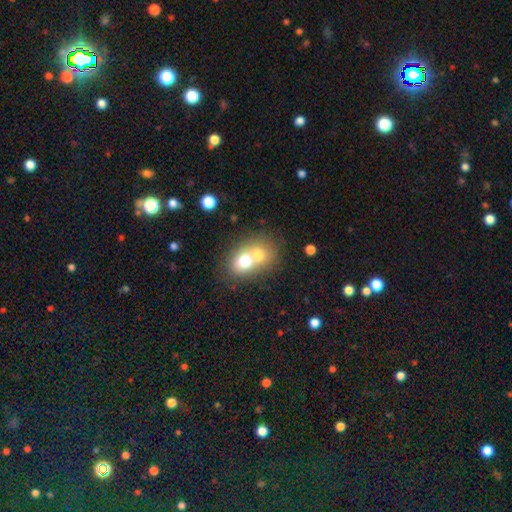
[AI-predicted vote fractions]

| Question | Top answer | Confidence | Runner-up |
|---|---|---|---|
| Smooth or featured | smooth | 64% | featured or disk (25%) |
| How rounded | round | 56% | in between (43%) |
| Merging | merger | 71% | none (21%) |